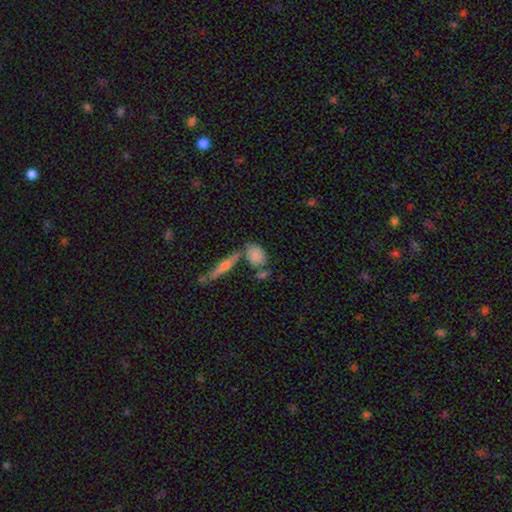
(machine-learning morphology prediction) The model was most divided on "merging": none: 55%, merger: 23%, minor disturbance: 16%, major disturbance: 6%. More confident: smooth or featured — smooth (79%); how rounded — in between (68%).